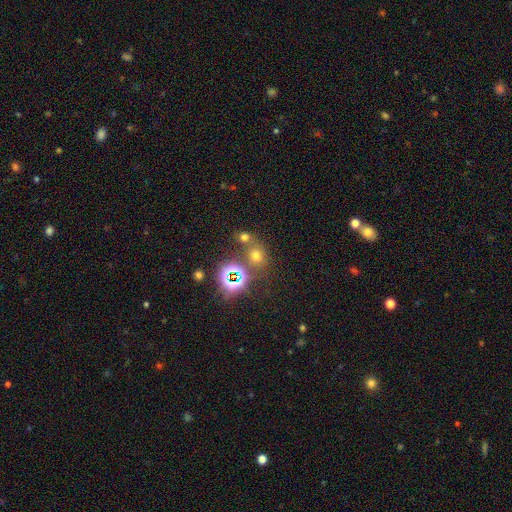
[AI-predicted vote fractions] Smooth or featured? Predicted: smooth (p=0.56). How rounded? Predicted: round (p=0.66). Merging? Predicted: none (p=0.61).